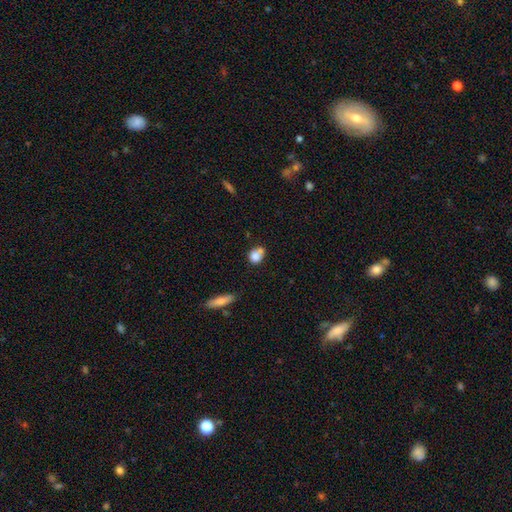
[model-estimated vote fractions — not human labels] smooth-or-featured: smooth: 79% | featured or disk: 11% | star or artifact: 10%
  how-rounded: in between: 50% | round: 47% | cigar-shaped: 2%
  merging: none: 41% | merger: 29% | minor disturbance: 22% | major disturbance: 8%